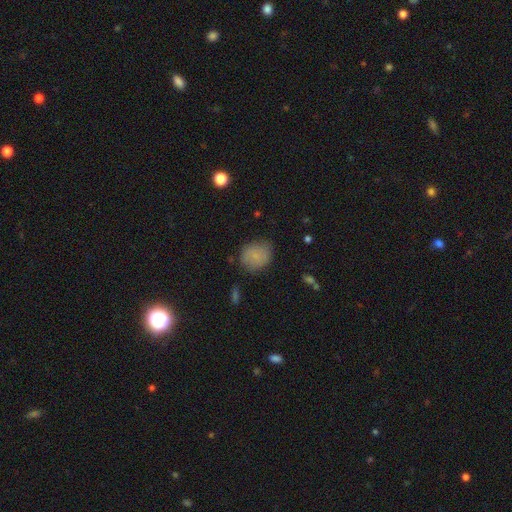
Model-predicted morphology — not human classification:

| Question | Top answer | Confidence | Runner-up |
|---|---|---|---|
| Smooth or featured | smooth | 77% | featured or disk (13%) |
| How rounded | round | 67% | in between (32%) |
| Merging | none | 71% | minor disturbance (21%) |